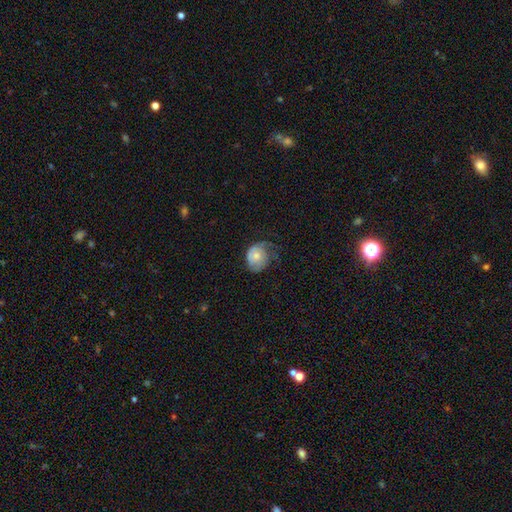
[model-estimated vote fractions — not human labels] smooth-or-featured: smooth: 51% | featured or disk: 42% | star or artifact: 7%
  how-rounded: round: 69% | in between: 31% | cigar-shaped: 1%
  merging: none: 41% | minor disturbance: 32% | major disturbance: 25% | merger: 1%